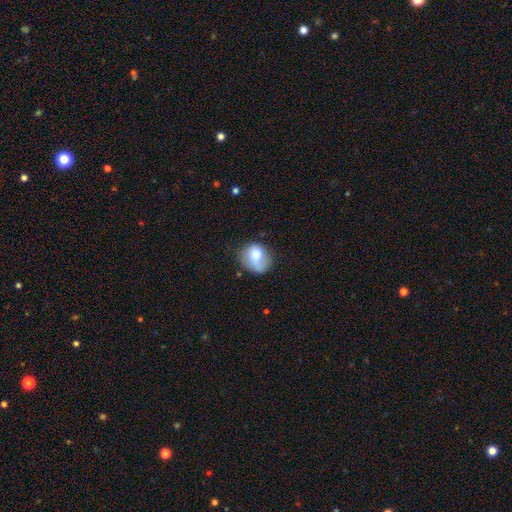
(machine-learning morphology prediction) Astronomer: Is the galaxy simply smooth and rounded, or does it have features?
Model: smooth — 73%.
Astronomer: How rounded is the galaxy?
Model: round — 60% (runner-up: in between, 39%).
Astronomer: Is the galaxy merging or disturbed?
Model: none — 48% (runner-up: minor disturbance, 31%).